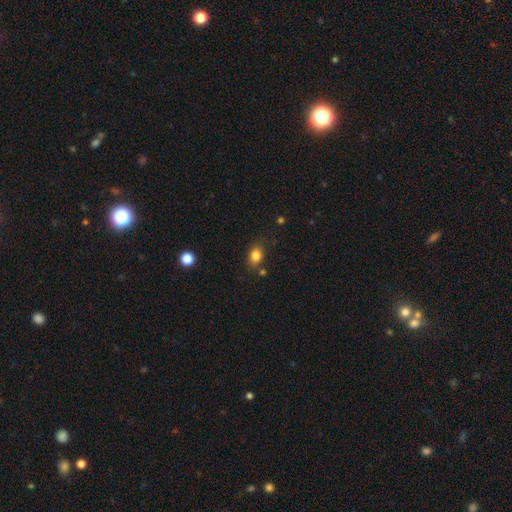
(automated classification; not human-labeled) Morphology: type=smooth (82%); roundness=in between (67%); merging=none (76%).